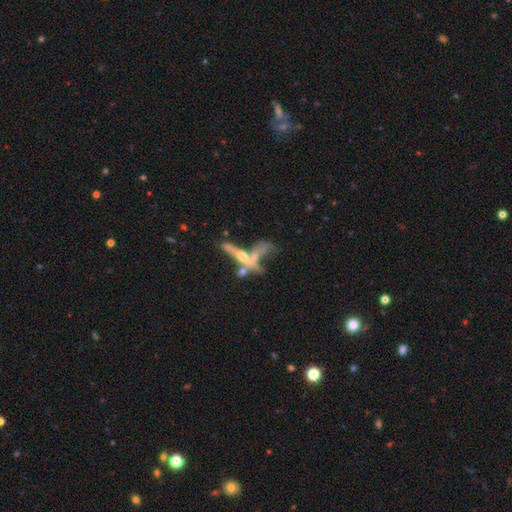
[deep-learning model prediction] A featured or disk galaxy (59%) viewed edge-on (55%).

Vote fractions:
- Smooth or featured? featured or disk: 59% / smooth: 22% / star or artifact: 19%
- Edge-on disk? yes: 55% / no: 45%
- Merging? merger: 46% / none: 25% / major disturbance: 18% / minor disturbance: 11%